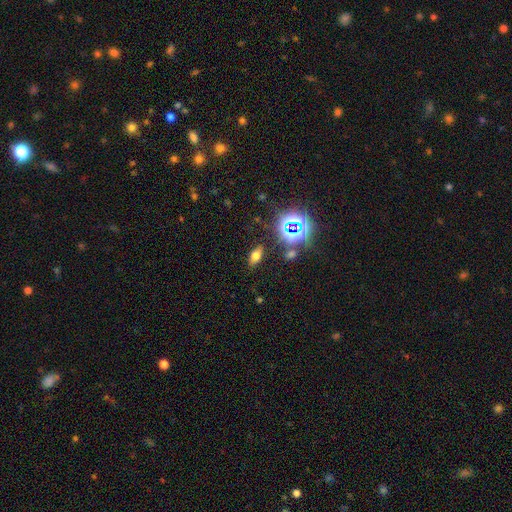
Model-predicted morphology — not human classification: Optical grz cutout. It shows a smooth galaxy with no disk features (59%) that is in between round and cigar-shaped (82%). Merging: none (84%).